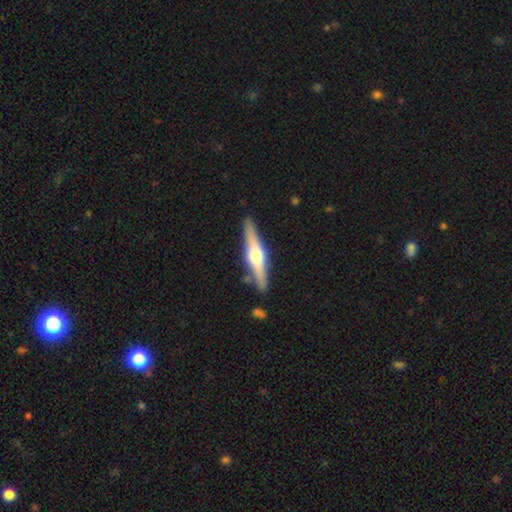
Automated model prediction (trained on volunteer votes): A featured or disk galaxy (68%) viewed edge-on (97%) with a rounded central bulge (94%).

Vote fractions:
- Smooth or featured? featured or disk: 68% / smooth: 27% / star or artifact: 5%
- Edge-on disk? yes: 97% / no: 3%
- Edge-on bulge? rounded: 94% / boxy: 4% / none: 2%
- Merging? none: 86% / minor disturbance: 9% / merger: 3% / major disturbance: 2%